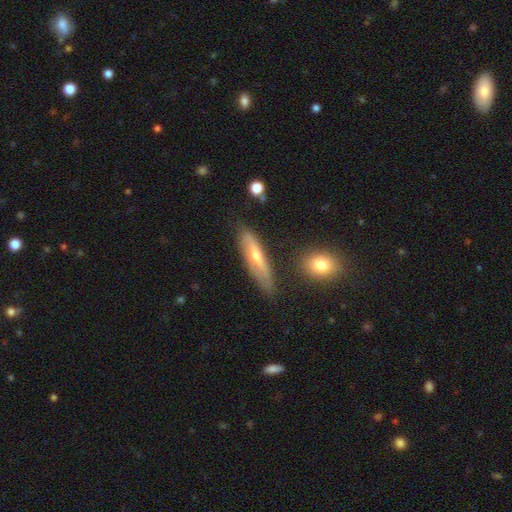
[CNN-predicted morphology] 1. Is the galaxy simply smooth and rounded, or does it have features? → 52% featured or disk, 40% smooth, 8% star or artifact.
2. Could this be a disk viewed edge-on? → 65% yes, 35% no.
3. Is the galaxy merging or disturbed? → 75% none, 18% minor disturbance, 4% major disturbance, 3% merger.